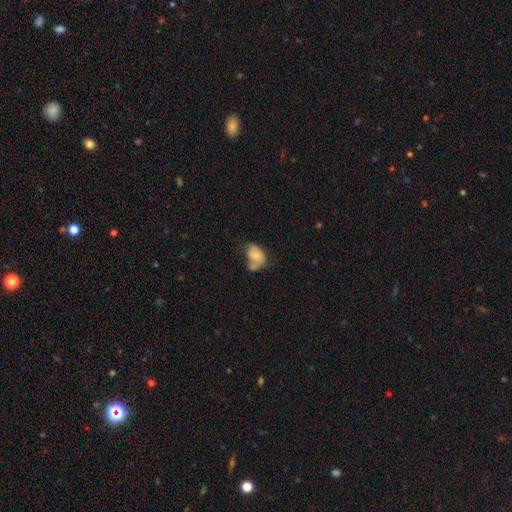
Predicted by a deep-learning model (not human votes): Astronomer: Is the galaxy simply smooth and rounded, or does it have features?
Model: smooth — 66%.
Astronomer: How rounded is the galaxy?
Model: in between — 76%.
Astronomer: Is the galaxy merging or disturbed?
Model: merger — 35% (runner-up: none, 26%).